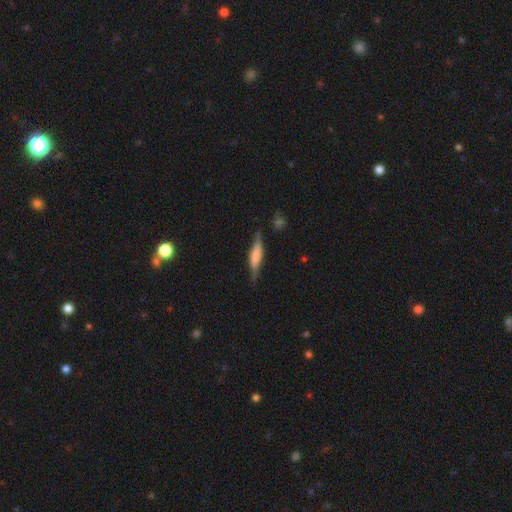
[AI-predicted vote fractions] Smooth or featured?
  - smooth: 54% *
  - featured or disk: 40%
  - star or artifact: 7%
How rounded?
  - cigar-shaped: 73% *
  - in between: 25%
  - round: 2%
Merging?
  - none: 73% *
  - minor disturbance: 19%
  - major disturbance: 5%
  - merger: 2%